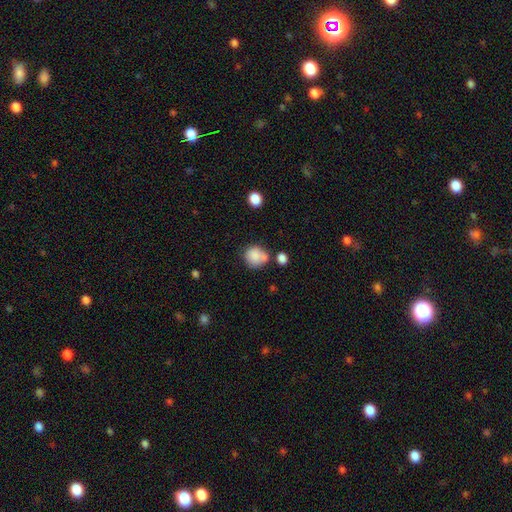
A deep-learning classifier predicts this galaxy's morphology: The model was most divided on "merging": none: 52%, merger: 25%, minor disturbance: 17%, major disturbance: 6%. More confident: smooth or featured — smooth (83%); how rounded — round (82%).